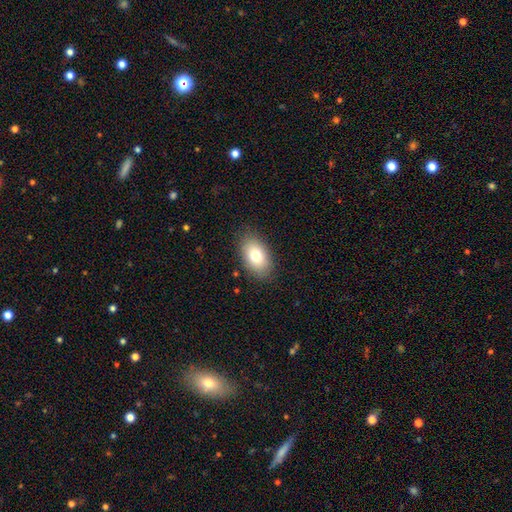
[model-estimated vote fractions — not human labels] Q: Smooth or featured?
A: smooth (78%); runner-up: featured or disk (14%)
Q: How rounded?
A: in between (89%); runner-up: round (9%)
Q: Merging?
A: none (86%); runner-up: minor disturbance (10%)